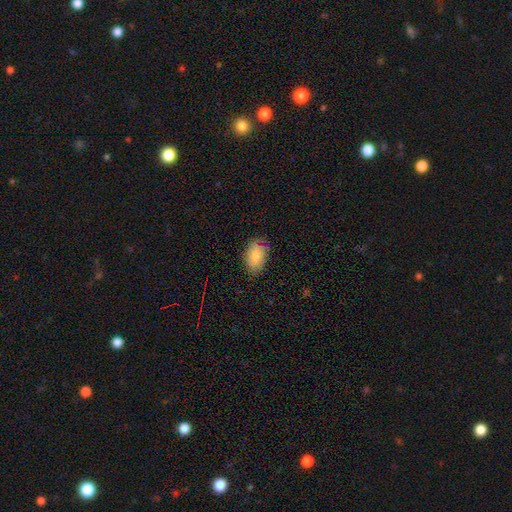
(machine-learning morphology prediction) smooth-or-featured: smooth: 79% | featured or disk: 15% | star or artifact: 7%
  how-rounded: in between: 91% | round: 7% | cigar-shaped: 2%
  merging: none: 75% | minor disturbance: 20% | major disturbance: 4% | merger: 1%